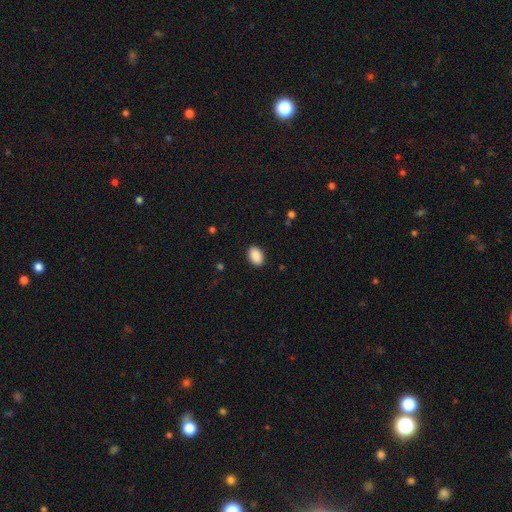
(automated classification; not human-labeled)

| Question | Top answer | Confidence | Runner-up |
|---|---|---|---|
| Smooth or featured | smooth | 90% | star or artifact (7%) |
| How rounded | in between | 88% | round (11%) |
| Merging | none | 89% | minor disturbance (8%) |